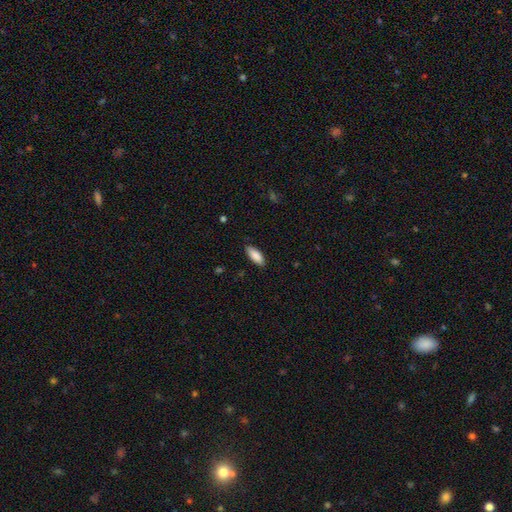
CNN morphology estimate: This appears to be a smooth galaxy with no disk features (88%) that is in between round and cigar-shaped (77%). Merging: none (86%).